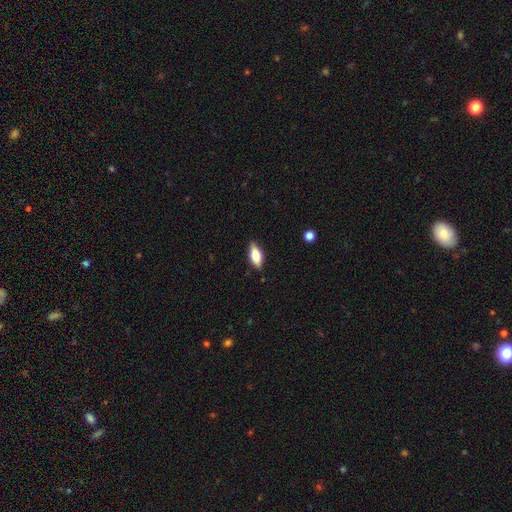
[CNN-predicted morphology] This is likely a smooth galaxy (65%). How rounded: likely in between (78%). Merging: clearly none (85%).